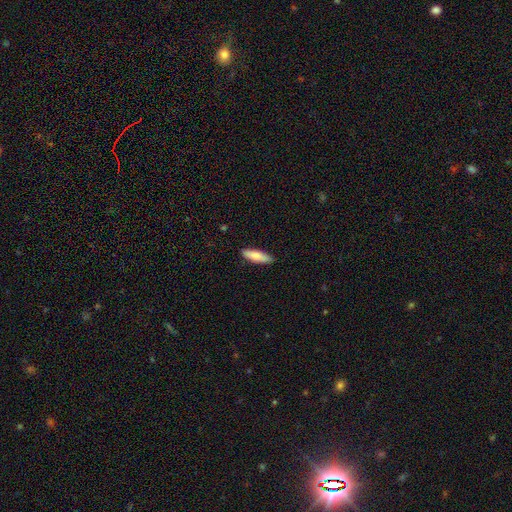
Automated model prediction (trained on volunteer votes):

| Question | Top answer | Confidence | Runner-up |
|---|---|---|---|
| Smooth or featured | smooth | 76% | featured or disk (18%) |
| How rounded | cigar-shaped | 56% | in between (42%) |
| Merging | none | 89% | minor disturbance (9%) |